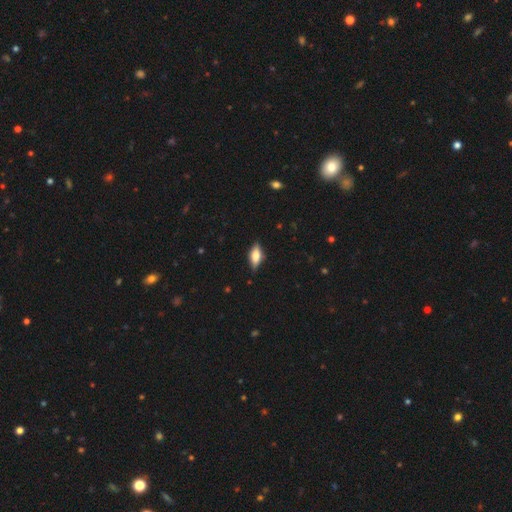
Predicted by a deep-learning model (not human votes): Smooth or featured: smooth — 58% (featured or disk — 35%)
How rounded: in between — 76% (cigar-shaped — 20%)
Merging: none — 84% (minor disturbance — 13%)